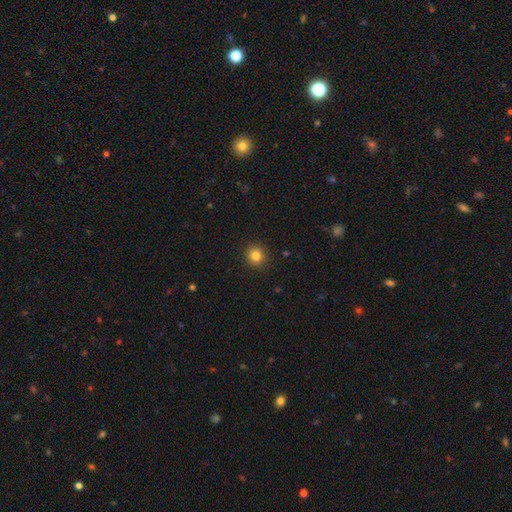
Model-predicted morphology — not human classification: This is clearly a smooth galaxy (83%). How rounded: clearly round (92%). Merging: clearly none (92%).